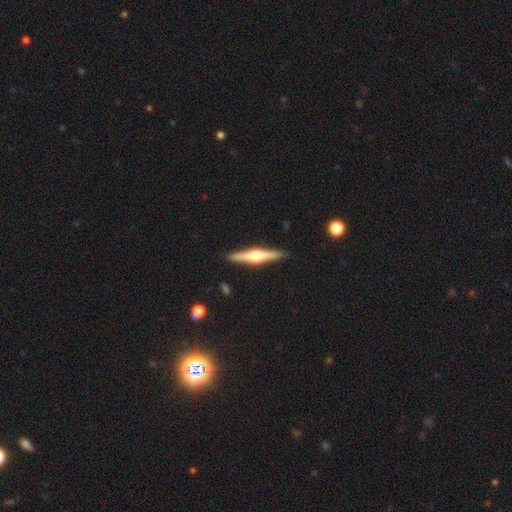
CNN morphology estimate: A featured or disk galaxy (74%) viewed edge-on (98%) with a rounded central bulge (92%).

Vote fractions:
- Smooth or featured? featured or disk: 74% / smooth: 21% / star or artifact: 5%
- Edge-on disk? yes: 98% / no: 2%
- Edge-on bulge? rounded: 92% / boxy: 5% / none: 3%
- Merging? none: 91% / minor disturbance: 6% / major disturbance: 1% / merger: 1%